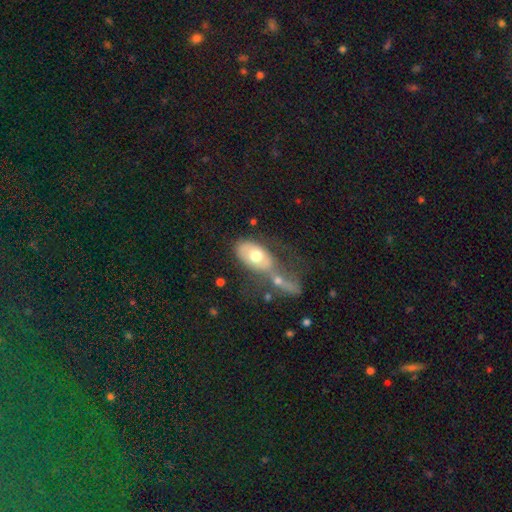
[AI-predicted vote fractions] A smooth galaxy with no disk features (57%) that is in between round and cigar-shaped (90%).

Vote fractions:
- Smooth or featured? smooth: 57% / featured or disk: 36% / star or artifact: 7%
- How rounded? in between: 90% / round: 7% / cigar-shaped: 3%
- Merging? merger: 45% / none: 26% / major disturbance: 16% / minor disturbance: 13%